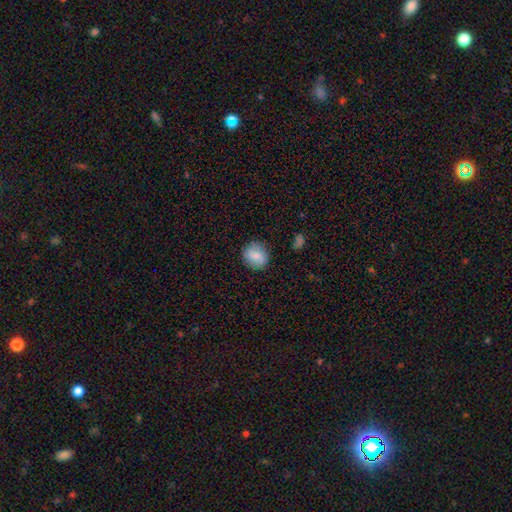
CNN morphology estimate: Q: Smooth or featured?
A: smooth (78%); runner-up: featured or disk (14%)
Q: How rounded?
A: round (82%); runner-up: in between (17%)
Q: Merging?
A: none (82%); runner-up: minor disturbance (13%)